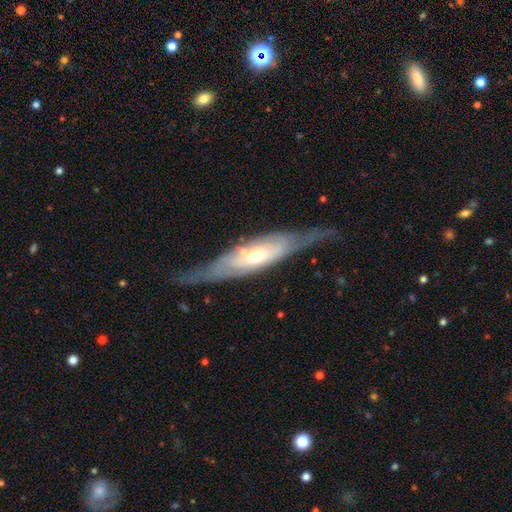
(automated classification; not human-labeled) smooth-or-featured: featured or disk: 75% | smooth: 19% | star or artifact: 6%
  disk-edge-on: yes: 51% | no: 49%
  merging: none: 63% | minor disturbance: 23% | major disturbance: 11% | merger: 3%